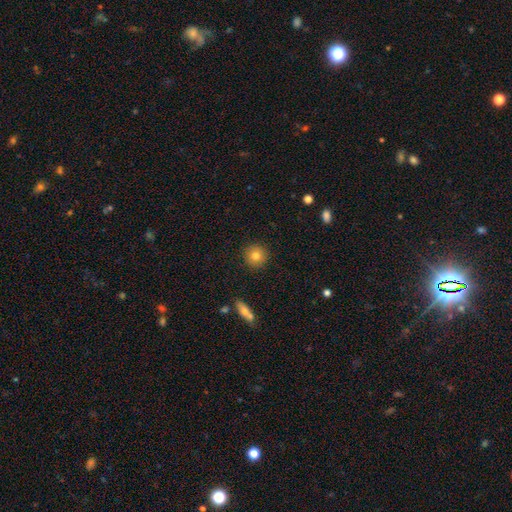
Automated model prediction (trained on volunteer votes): A smooth galaxy with no disk features (79%) that is round (94%).

Vote fractions:
- Smooth or featured? smooth: 79% / featured or disk: 10% / star or artifact: 10%
- How rounded? round: 94% / in between: 5% / cigar-shaped: 1%
- Merging? none: 91% / minor disturbance: 6% / major disturbance: 2% / merger: 1%